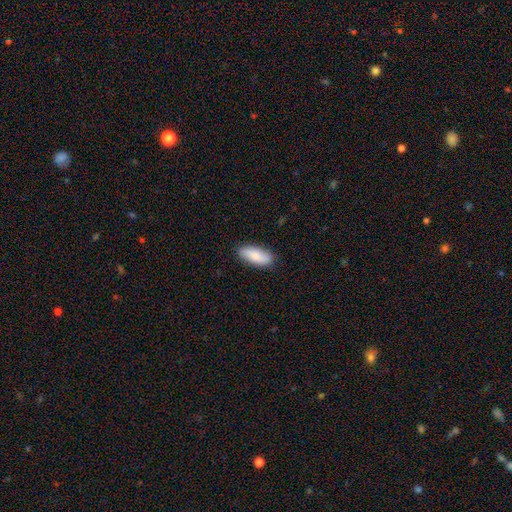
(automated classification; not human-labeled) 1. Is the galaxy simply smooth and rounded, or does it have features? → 84% smooth, 10% featured or disk, 6% star or artifact.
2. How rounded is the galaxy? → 78% in between, 20% cigar-shaped, 2% round.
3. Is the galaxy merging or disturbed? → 87% none, 10% minor disturbance, 2% major disturbance, 1% merger.